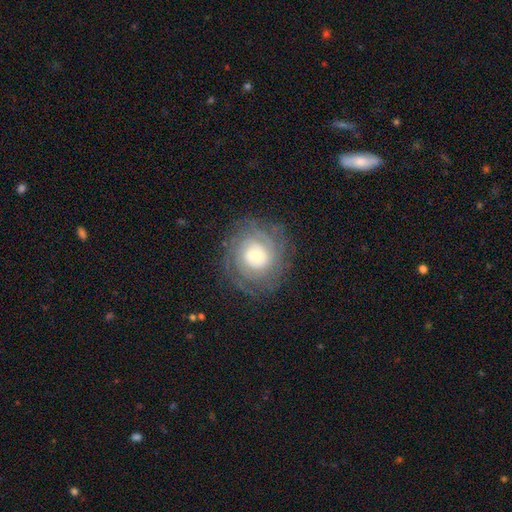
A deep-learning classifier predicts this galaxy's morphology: This appears to be a featured or disk galaxy (75%) with no bar (59%), tight (76%) spiral arms (90%) and a moderate central bulge (51%). Merging: none (80%).